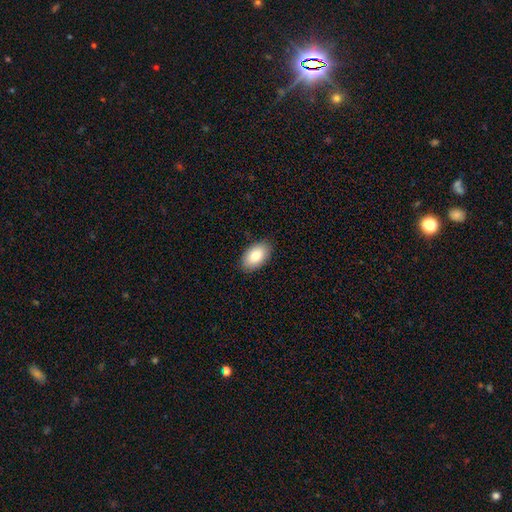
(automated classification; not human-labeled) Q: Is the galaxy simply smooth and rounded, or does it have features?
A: smooth — 85%.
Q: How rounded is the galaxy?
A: in between — 94%.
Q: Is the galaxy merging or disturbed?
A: none — 87%.